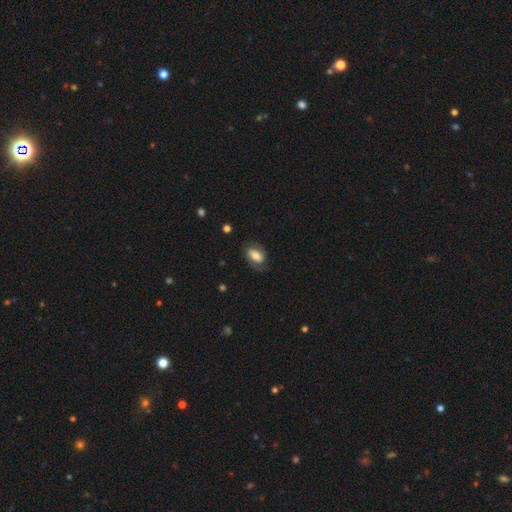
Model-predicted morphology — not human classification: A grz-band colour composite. It shows a smooth galaxy with no disk features (62%) that is in between round and cigar-shaped (88%). Merging: none (69%).